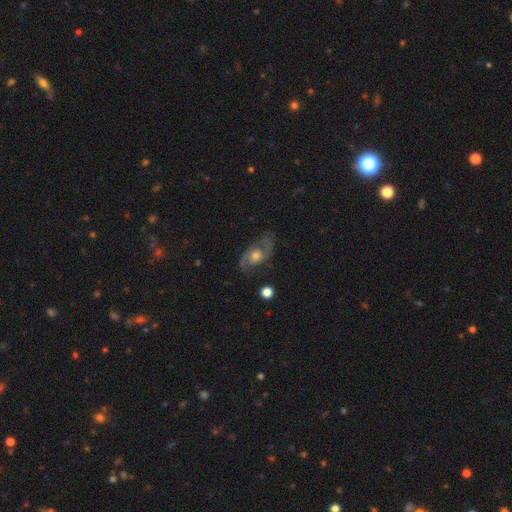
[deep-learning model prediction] A featured or disk galaxy (84%) with no bar (66%), 2 (90%) medium (54%) spiral arms (95%) and a moderate central bulge (64%).

Vote fractions:
- Smooth or featured? featured or disk: 84% / smooth: 10% / star or artifact: 7%
- Edge-on disk? no: 95% / yes: 5%
- Bar? no: 66% / weak: 29% / strong: 5%
- Spiral arms? yes: 95% / no: 5%
- Spiral winding? medium: 54% / loose: 24% / tight: 22%
- Spiral arm count? 2: 90% / can't tell: 4% / 1: 2% / 3: 1% / 4: 1% / more than 4: 1%
- Bulge size? moderate: 64% / small: 18% / large: 14% / none: 2% / dominant: 1%
- Merging? none: 77% / minor disturbance: 15% / major disturbance: 7% / merger: 2%